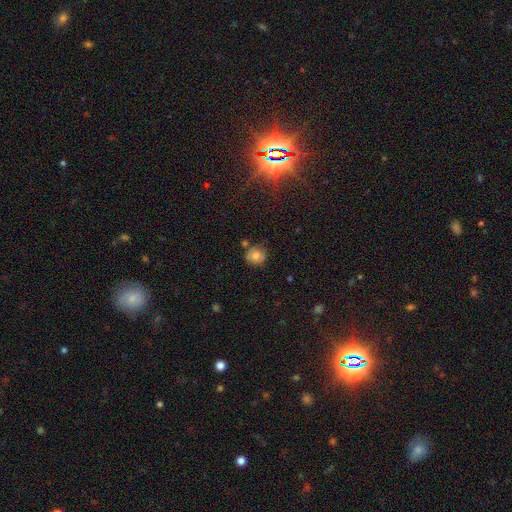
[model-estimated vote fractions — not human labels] A smooth galaxy with no disk features (68%) that is round (84%). Merging: none (69%).